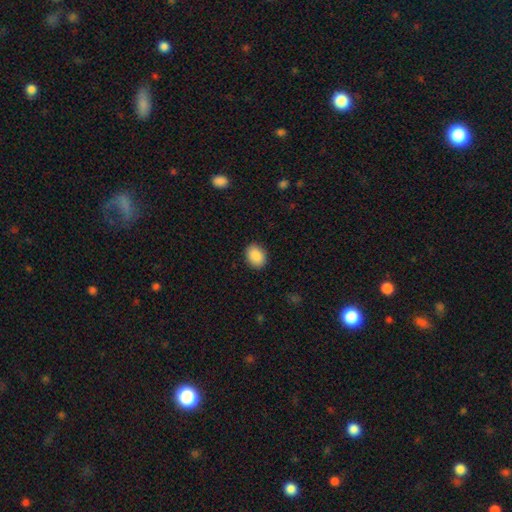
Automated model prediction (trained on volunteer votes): This is clearly a smooth galaxy (90%). How rounded: likely in between (68%). Merging: clearly none (90%).